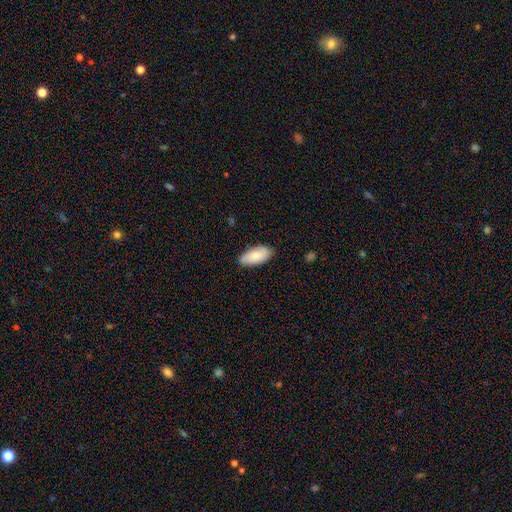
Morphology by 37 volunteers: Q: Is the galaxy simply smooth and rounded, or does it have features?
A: smooth — 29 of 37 (78%).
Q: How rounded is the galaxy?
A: in between — 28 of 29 (97%).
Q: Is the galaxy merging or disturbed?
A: none — 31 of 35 (89%).